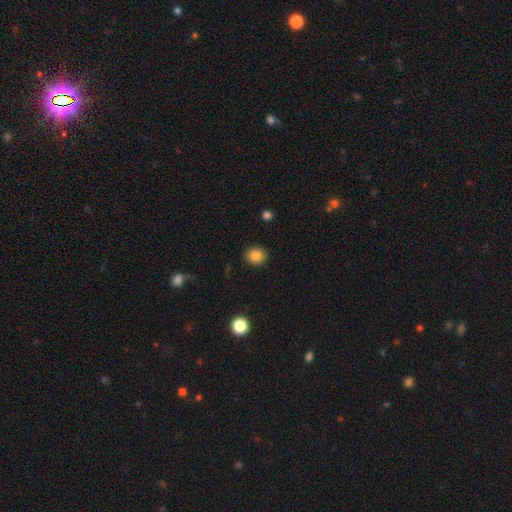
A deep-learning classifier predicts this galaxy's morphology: A smooth galaxy with no disk features (84%) that is round (85%). Merging: none (91%).